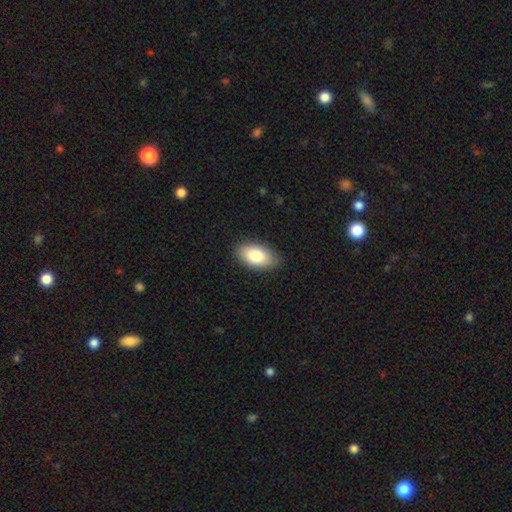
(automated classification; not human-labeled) Smooth or featured?
  - smooth: 83% *
  - featured or disk: 11%
  - star or artifact: 7%
How rounded?
  - in between: 94% *
  - round: 4%
  - cigar-shaped: 2%
Merging?
  - none: 86% *
  - minor disturbance: 10%
  - major disturbance: 2%
  - merger: 1%